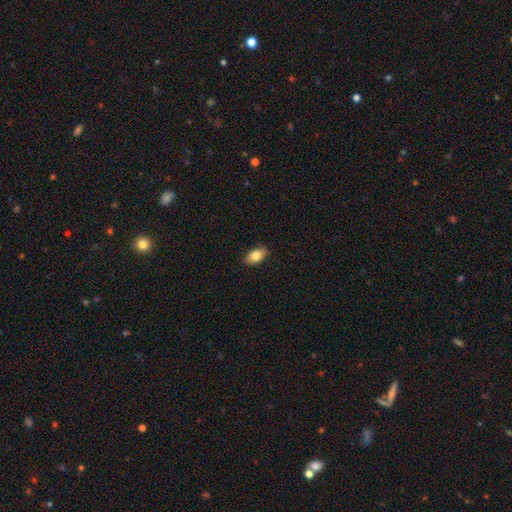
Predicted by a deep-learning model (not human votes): Smooth or featured?
  - smooth: 79% *
  - featured or disk: 14%
  - star or artifact: 7%
How rounded?
  - in between: 89% *
  - round: 7%
  - cigar-shaped: 5%
Merging?
  - none: 88% *
  - minor disturbance: 9%
  - major disturbance: 2%
  - merger: 1%